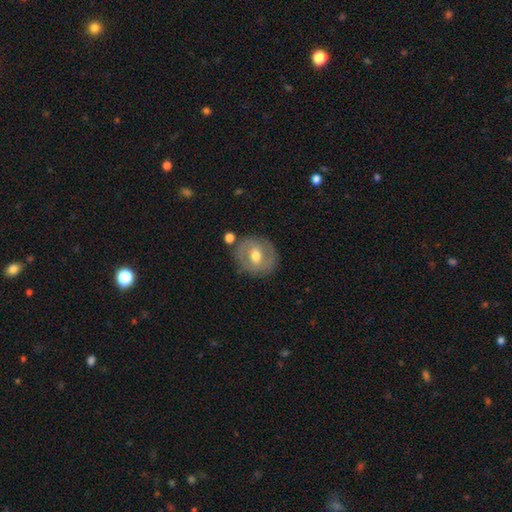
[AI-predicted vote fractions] The model was most divided on "smooth or featured": featured or disk: 48%, smooth: 45%, star or artifact: 7%. More confident: merging — none (76%).